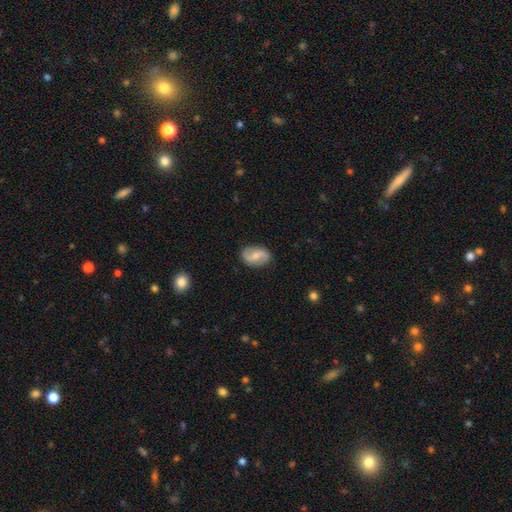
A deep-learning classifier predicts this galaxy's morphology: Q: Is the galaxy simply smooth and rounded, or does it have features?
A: featured or disk — 66%.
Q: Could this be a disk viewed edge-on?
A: no — 97%.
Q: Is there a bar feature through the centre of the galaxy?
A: weak — 47%.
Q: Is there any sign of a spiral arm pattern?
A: yes — 92%.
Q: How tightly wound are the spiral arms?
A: loose — 47%.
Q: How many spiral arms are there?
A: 2 — 91%.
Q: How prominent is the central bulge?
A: moderate — 46%.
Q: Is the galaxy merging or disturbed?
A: none — 84%.